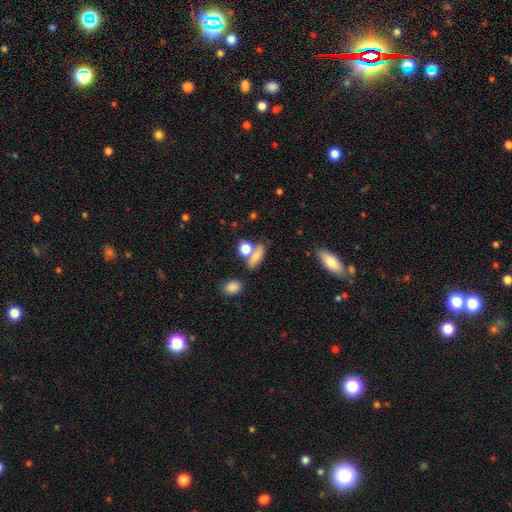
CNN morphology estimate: This is likely a smooth galaxy (75%). How rounded: possibly in between (52%). Merging: possibly none (53%).